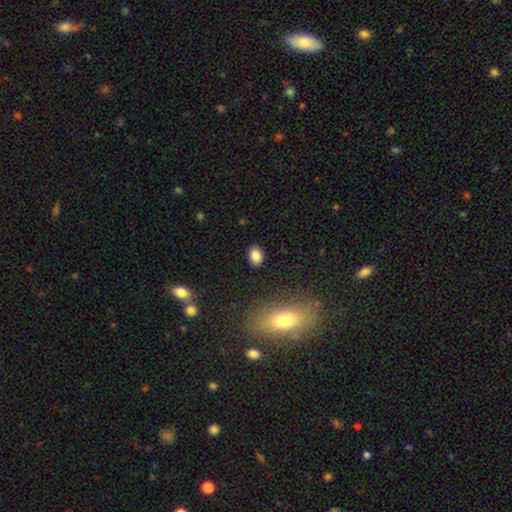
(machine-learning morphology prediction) Overall: smooth (85%). How rounded: in between (72%). Merging: none (86%).